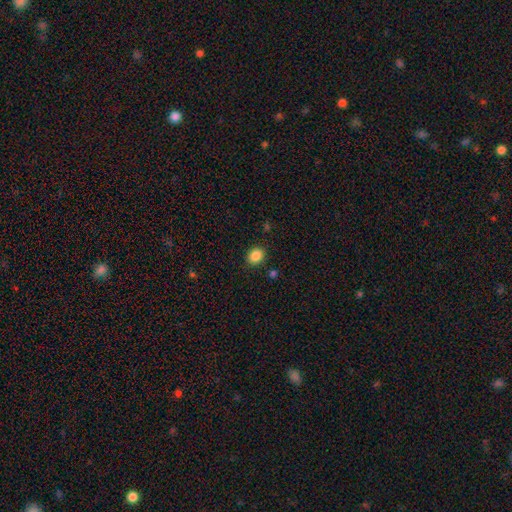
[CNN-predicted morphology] smooth 87%, star or artifact 10%, featured or disk 4%. Down the decision tree: how rounded — round (54%); merging — none (89%).